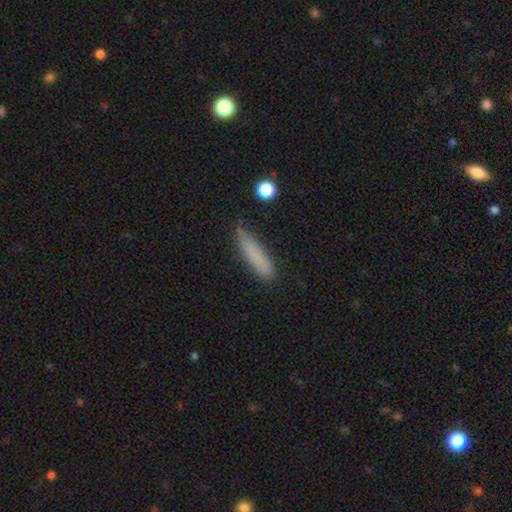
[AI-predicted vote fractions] A smooth galaxy with no disk features (81%) that is cigar-shaped (84%). Merging: none (76%).